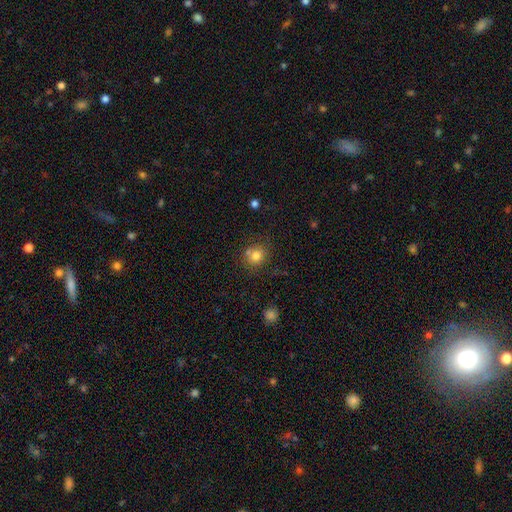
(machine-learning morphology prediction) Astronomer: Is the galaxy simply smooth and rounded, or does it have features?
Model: smooth — 79%.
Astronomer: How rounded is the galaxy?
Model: round — 80%.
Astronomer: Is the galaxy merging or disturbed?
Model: none — 68%.